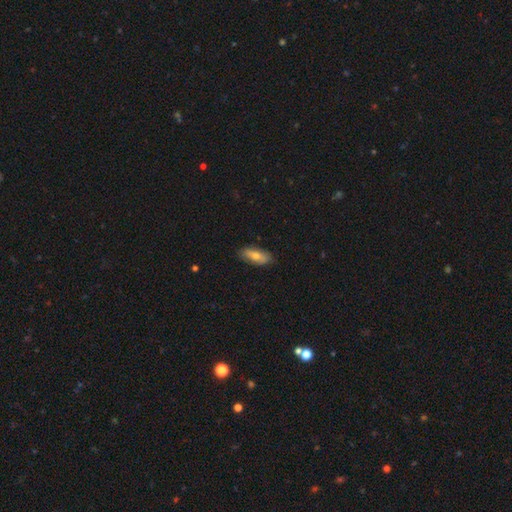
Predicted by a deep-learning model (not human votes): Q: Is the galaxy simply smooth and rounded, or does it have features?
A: smooth — 63%.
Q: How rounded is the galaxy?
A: in between — 76%.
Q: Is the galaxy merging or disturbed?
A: none — 84%.